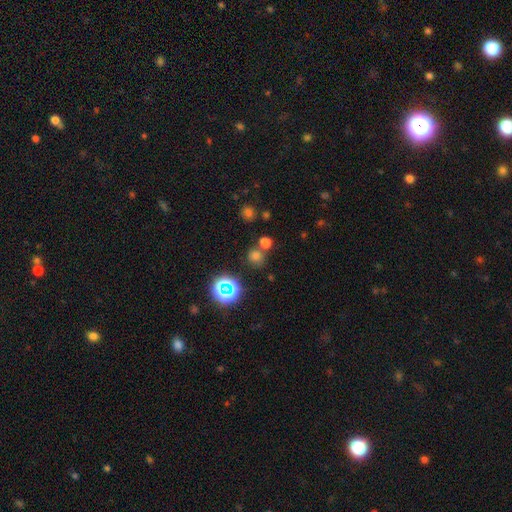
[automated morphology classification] Overall: smooth (66%; star or artifact 27%). How rounded: round (88%). Merging: none (69%).